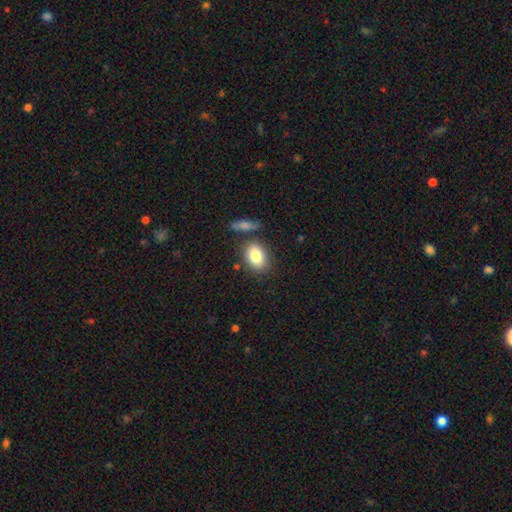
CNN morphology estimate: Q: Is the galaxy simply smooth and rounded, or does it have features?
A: smooth — 83%.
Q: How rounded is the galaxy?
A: in between — 76%.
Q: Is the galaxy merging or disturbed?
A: none — 74%.